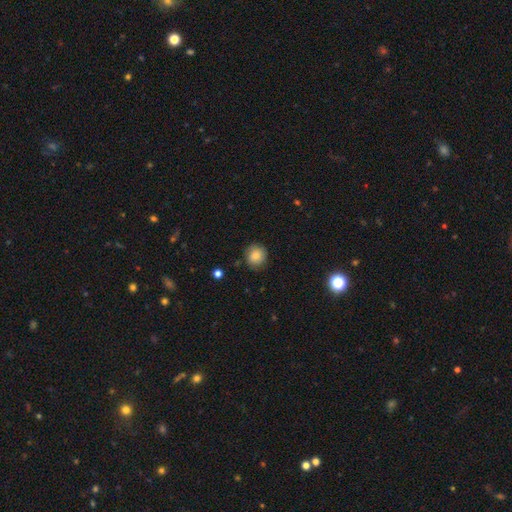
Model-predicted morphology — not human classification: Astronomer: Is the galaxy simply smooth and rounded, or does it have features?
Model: smooth — 85%.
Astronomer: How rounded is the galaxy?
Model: round — 87%.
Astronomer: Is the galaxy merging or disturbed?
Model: none — 84%.